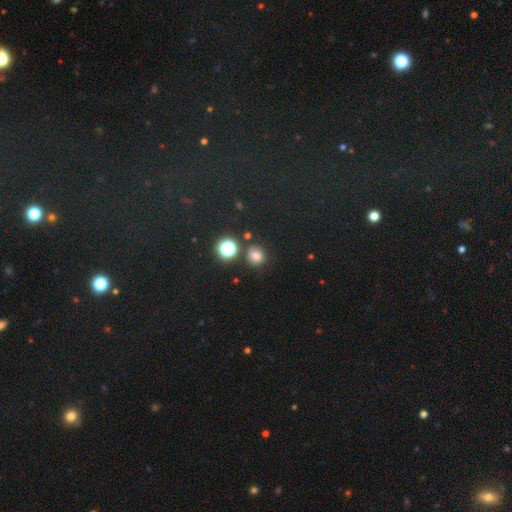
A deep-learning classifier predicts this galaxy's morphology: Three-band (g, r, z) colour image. It shows a smooth galaxy with no disk features (74%) that is round (73%). Merging: none (77%).